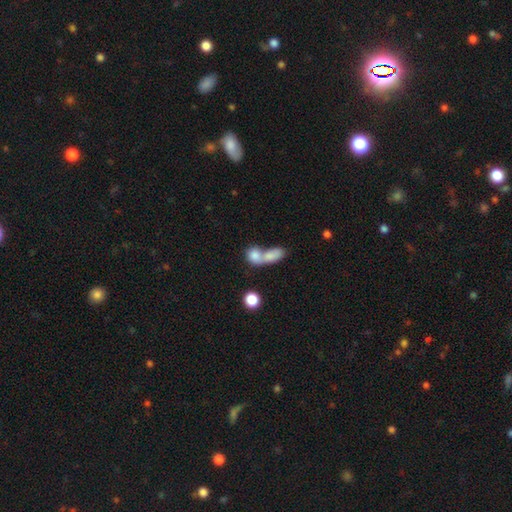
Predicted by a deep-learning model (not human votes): Smooth or featured? smooth (79%)
How rounded? in between (51%)
Merging? merger (69%)